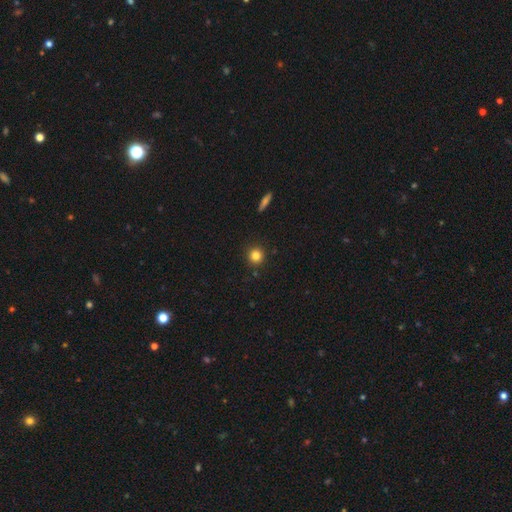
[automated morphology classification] smooth_or_featured: smooth (p=0.82) [alt: star or artifact p=0.12]
how_rounded: round (p=0.94) [alt: in between p=0.05]
merging: none (p=0.90) [alt: minor disturbance p=0.06]